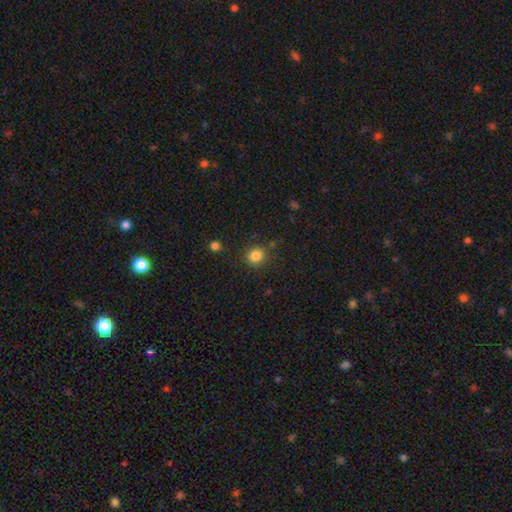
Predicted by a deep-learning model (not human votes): A smooth galaxy with no disk features (83%) that is round (87%).

Vote fractions:
- Smooth or featured? smooth: 83% / star or artifact: 12% / featured or disk: 5%
- How rounded? round: 87% / in between: 12% / cigar-shaped: 1%
- Merging? none: 83% / minor disturbance: 10% / merger: 4% / major disturbance: 3%